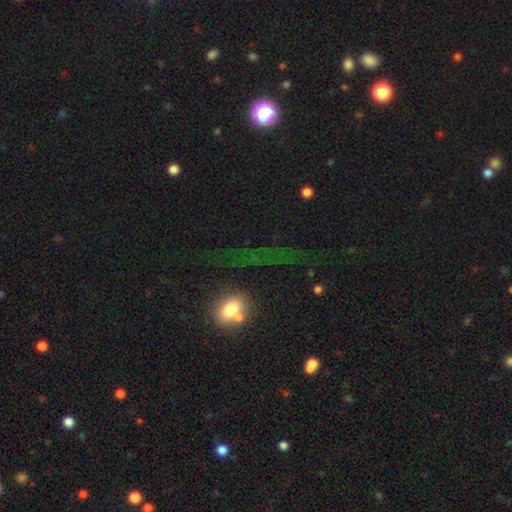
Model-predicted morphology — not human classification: Q: Smooth or featured?
A: smooth (49%); runner-up: star or artifact (34%)
Q: Merging?
A: none (44%); runner-up: major disturbance (22%)